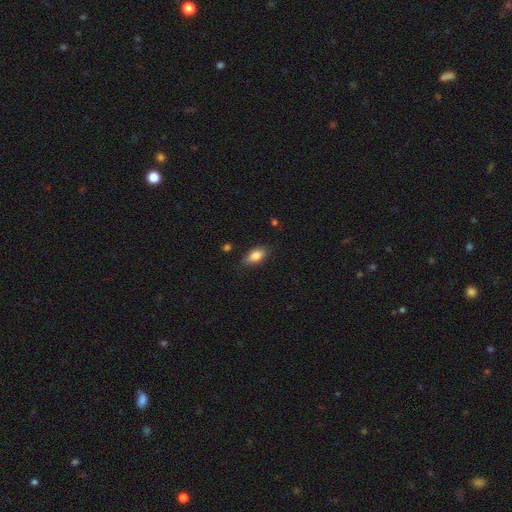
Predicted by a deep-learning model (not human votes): smooth_or_featured: smooth (p=0.84) [alt: featured or disk p=0.09]
how_rounded: in between (p=0.89) [alt: cigar-shaped p=0.07]
merging: none (p=0.82) [alt: minor disturbance p=0.14]